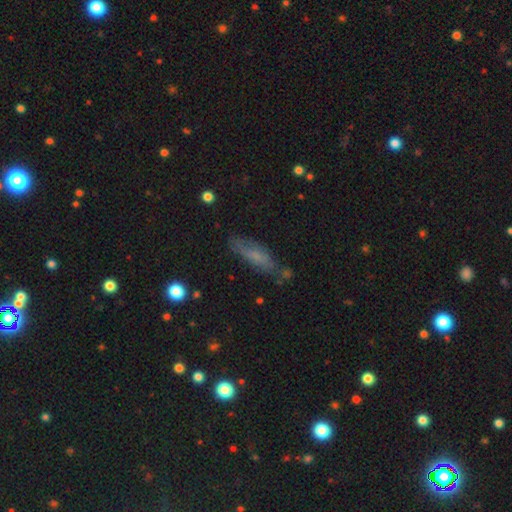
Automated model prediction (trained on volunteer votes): Smooth or featured? Predicted: smooth (p=0.58). How rounded? Predicted: cigar-shaped (p=0.55). Merging? Predicted: none (p=0.69).